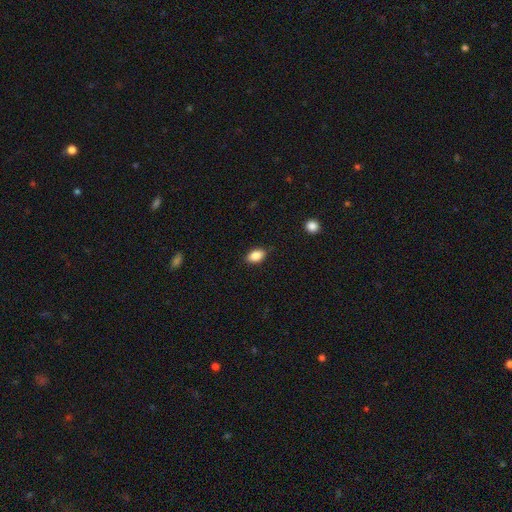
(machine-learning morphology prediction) A smooth galaxy with no disk features (86%) that is in between round and cigar-shaped (88%). Merging: none (84%).